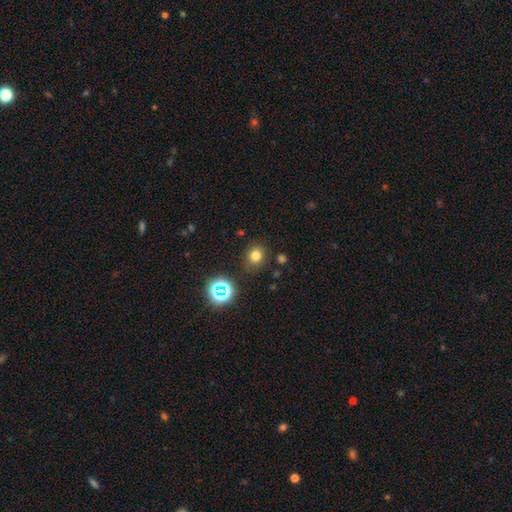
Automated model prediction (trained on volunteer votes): Morphology: type=smooth (73%); roundness=round (77%); merging=none (83%).